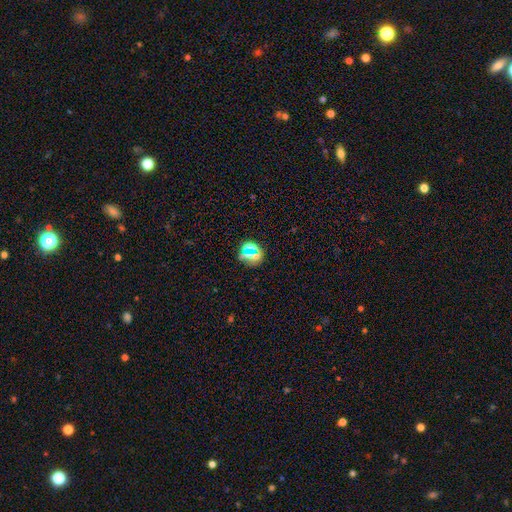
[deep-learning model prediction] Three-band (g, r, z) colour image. It shows a smooth galaxy with no disk features (44%). Merging: none (70%).